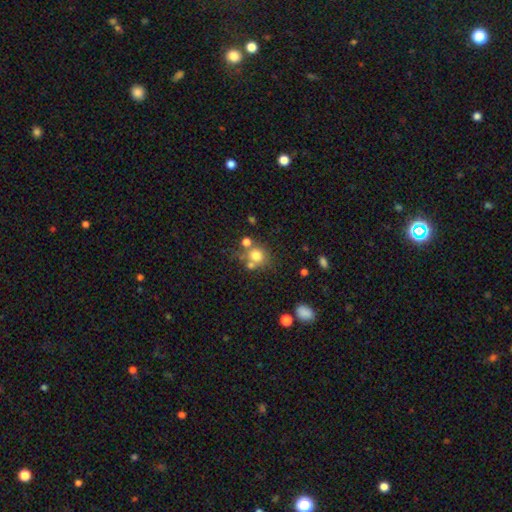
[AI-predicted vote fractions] smooth-or-featured: smooth: 74% | star or artifact: 14% | featured or disk: 13%
  how-rounded: round: 82% | in between: 17% | cigar-shaped: 1%
  merging: none: 55% | merger: 27% | minor disturbance: 12% | major disturbance: 6%